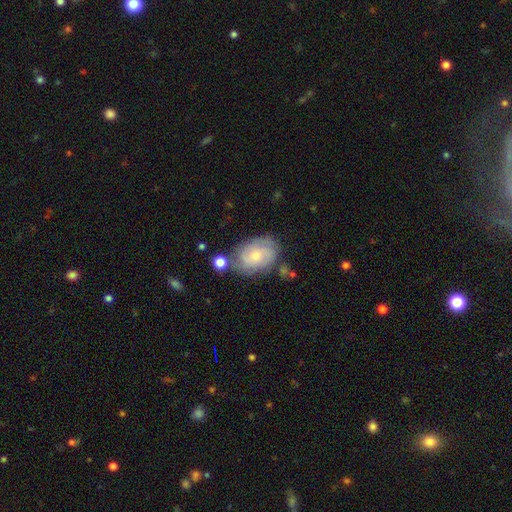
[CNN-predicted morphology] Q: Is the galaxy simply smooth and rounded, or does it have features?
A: featured or disk — 49%.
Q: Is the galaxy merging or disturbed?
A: none — 61%.